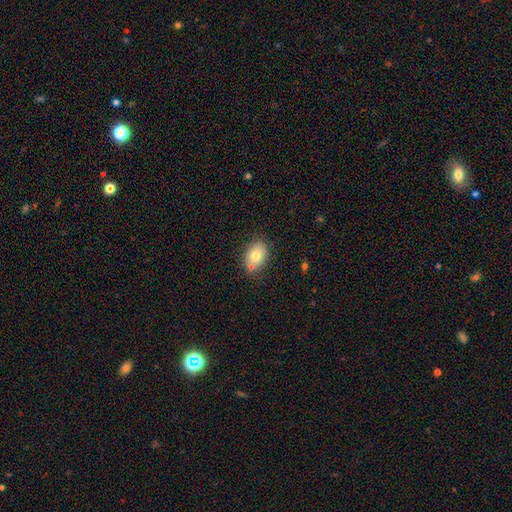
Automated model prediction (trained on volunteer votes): smooth 77%, featured or disk 14%, star or artifact 9%. Down the decision tree: how rounded — in between (73%); merging — none (69%).